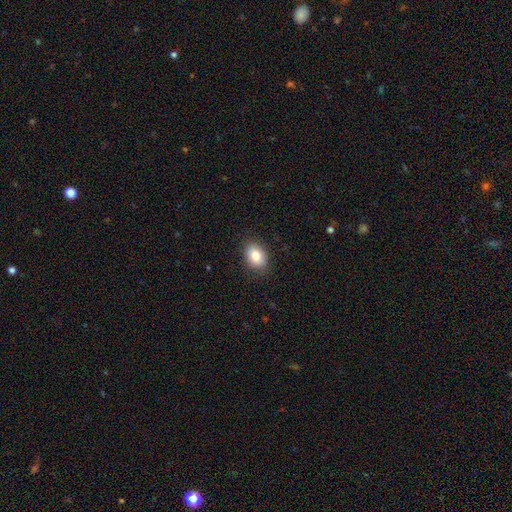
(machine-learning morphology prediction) Overall: smooth (84%). How rounded: in between (74%). Merging: none (86%).